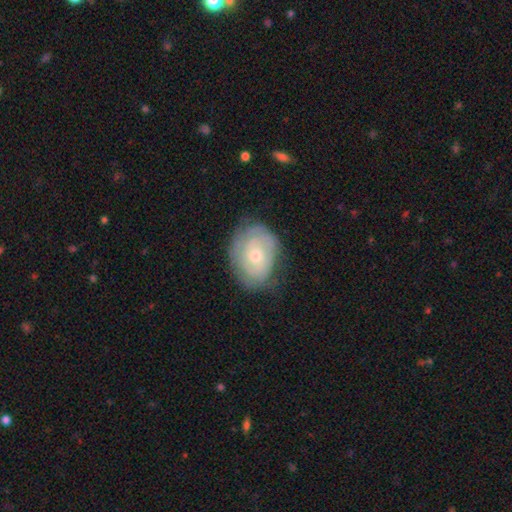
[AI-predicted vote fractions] A featured or disk galaxy (64%) with no bar (78%), spiral arms (78%) and a small central bulge (51%). Merging: none (70%).